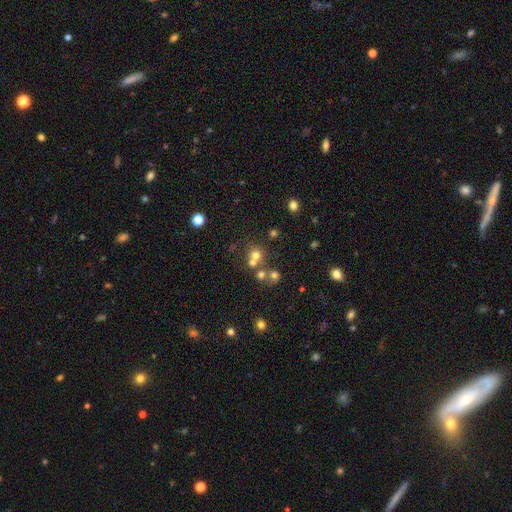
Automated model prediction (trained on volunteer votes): A smooth galaxy with no disk features (63%) that is round (87%).

Vote fractions:
- Smooth or featured? smooth: 63% / star or artifact: 23% / featured or disk: 14%
- How rounded? round: 87% / in between: 12% / cigar-shaped: 1%
- Merging? none: 54% / merger: 34% / minor disturbance: 7% / major disturbance: 4%